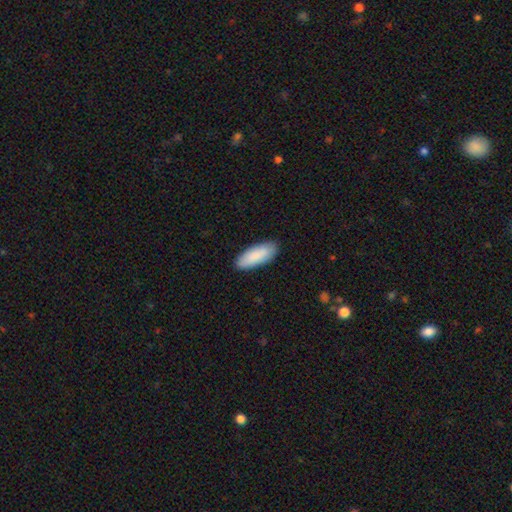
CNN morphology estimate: type=smooth (88%); roundness=in between (76%); merging=none (88%).